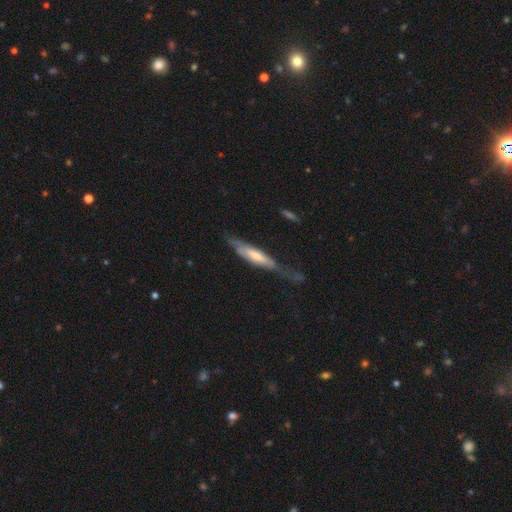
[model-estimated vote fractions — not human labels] A featured or disk galaxy (48%). Merging: none (38%).